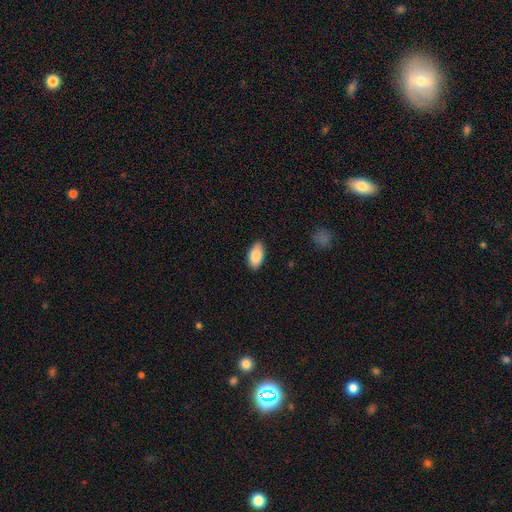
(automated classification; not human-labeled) Smooth or featured? Predicted: smooth (p=0.87). How rounded? Predicted: in between (p=0.93). Merging? Predicted: none (p=0.87).